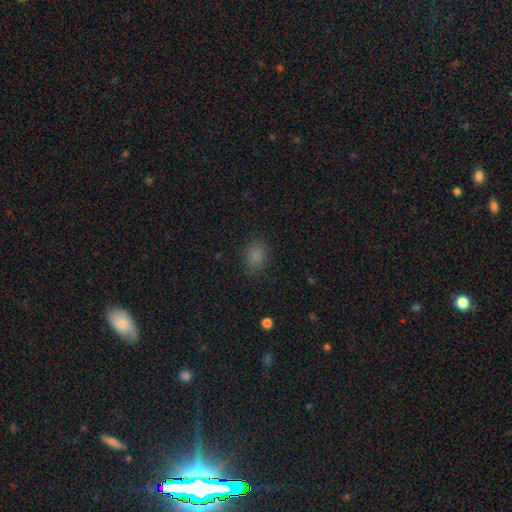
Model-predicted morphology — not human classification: Q: Smooth or featured?
A: smooth (82%); runner-up: star or artifact (14%)
Q: How rounded?
A: in between (64%); runner-up: round (35%)
Q: Merging?
A: none (82%); runner-up: minor disturbance (13%)